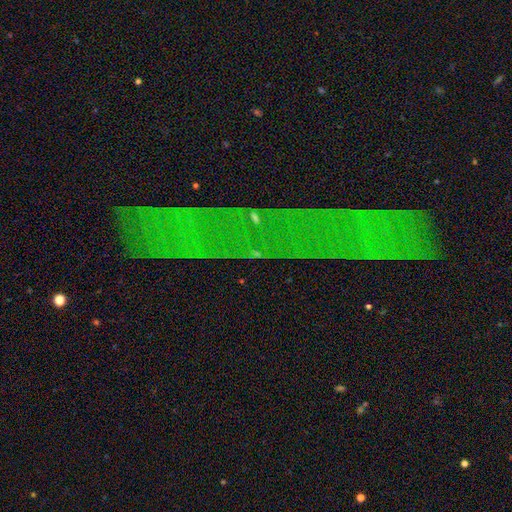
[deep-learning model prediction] This is likely a star or artifact rather than a galaxy (69%).